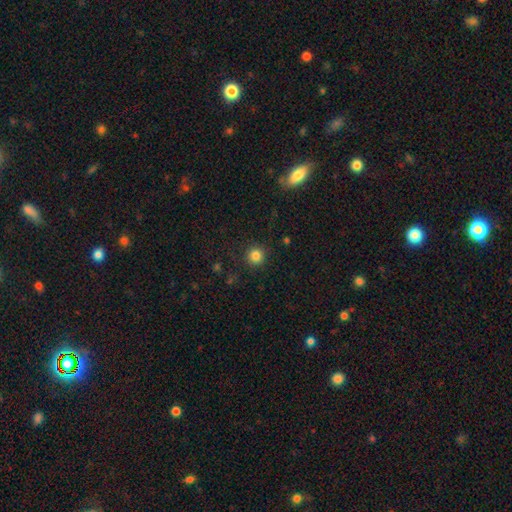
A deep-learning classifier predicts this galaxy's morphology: smooth 83%, star or artifact 12%, featured or disk 5%. Down the decision tree: how rounded — round (94%); merging — none (90%).